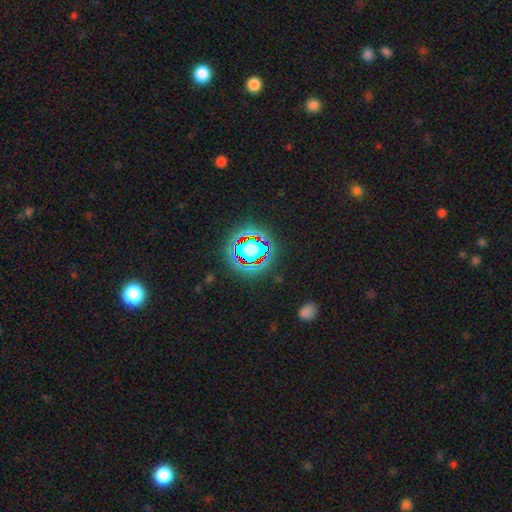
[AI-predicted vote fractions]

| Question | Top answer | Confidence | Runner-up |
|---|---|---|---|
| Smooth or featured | star or artifact | 58% | smooth (28%) |